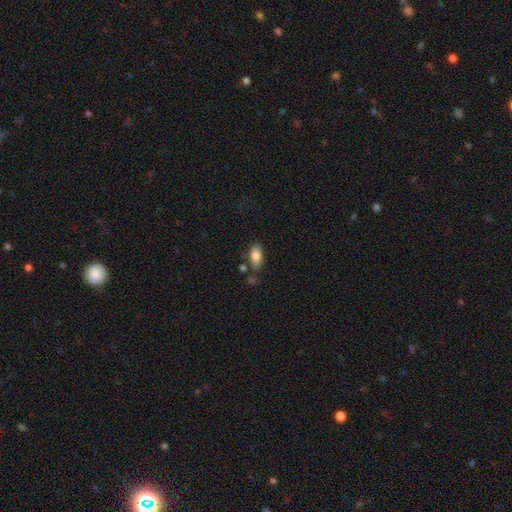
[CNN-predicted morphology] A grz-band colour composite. It shows a smooth galaxy with no disk features (84%) that is in between round and cigar-shaped (90%). Merging: none (73%).